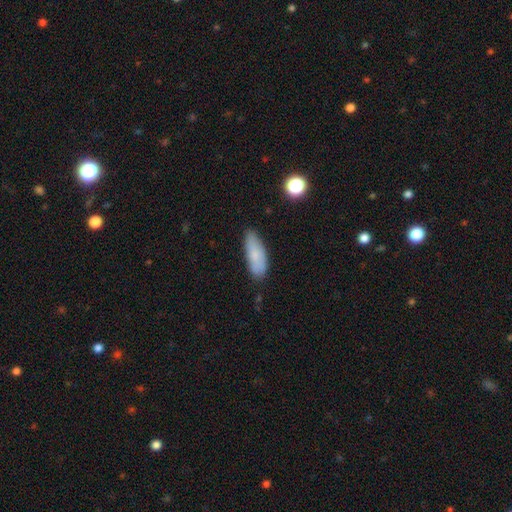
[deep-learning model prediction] Smooth or featured? Predicted: smooth (p=0.79). How rounded? Predicted: in between (p=0.63). Merging? Predicted: none (p=0.79).